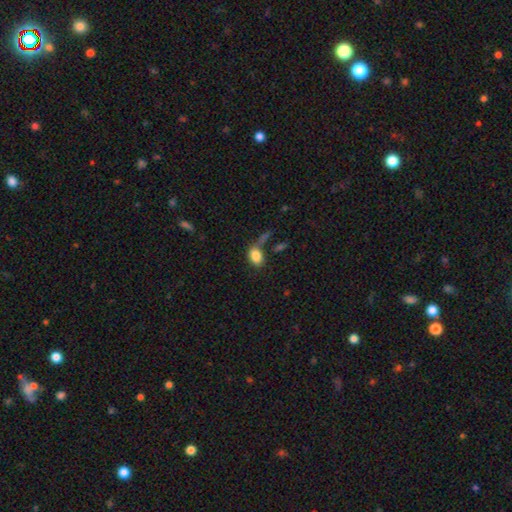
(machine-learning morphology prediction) Q: Smooth or featured?
A: smooth (83%); runner-up: featured or disk (8%)
Q: How rounded?
A: in between (82%); runner-up: round (16%)
Q: Merging?
A: none (52%); runner-up: merger (21%)